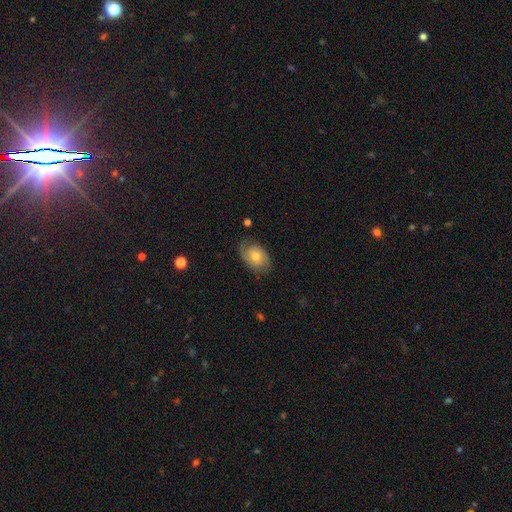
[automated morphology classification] Smooth or featured?
  - featured or disk: 59% *
  - smooth: 33%
  - star or artifact: 8%
Edge-on disk?
  - no: 95% *
  - yes: 5%
Bar?
  - no: 75% *
  - weak: 22%
  - strong: 3%
Spiral arms?
  - yes: 86% *
  - no: 14%
Bulge size?
  - moderate: 59% *
  - small: 35%
  - large: 4%
  - none: 2%
  - dominant: 1%
Merging?
  - none: 70% *
  - minor disturbance: 21%
  - major disturbance: 8%
  - merger: 1%